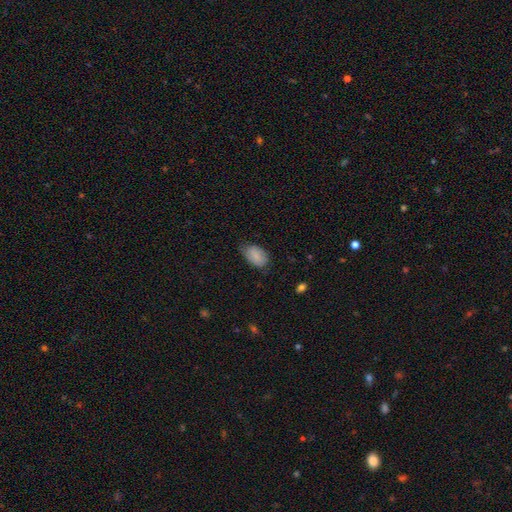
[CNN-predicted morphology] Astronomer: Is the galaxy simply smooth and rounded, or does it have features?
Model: smooth — 84%.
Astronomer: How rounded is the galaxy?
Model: in between — 90%.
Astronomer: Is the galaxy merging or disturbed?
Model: none — 59%.